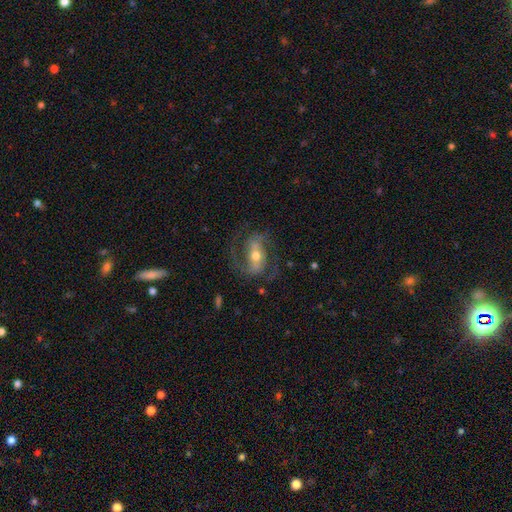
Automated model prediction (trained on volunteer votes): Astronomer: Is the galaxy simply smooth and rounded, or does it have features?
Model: featured or disk — 83%.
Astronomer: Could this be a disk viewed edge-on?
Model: no — 95%.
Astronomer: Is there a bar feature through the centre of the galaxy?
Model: strong — 47% (runner-up: weak, 34%).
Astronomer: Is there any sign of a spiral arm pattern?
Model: yes — 93%.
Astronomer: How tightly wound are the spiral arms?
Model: medium — 54%.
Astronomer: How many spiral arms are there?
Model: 2 — 88%.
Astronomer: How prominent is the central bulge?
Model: moderate — 62%.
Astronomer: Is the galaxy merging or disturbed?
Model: none — 71%.